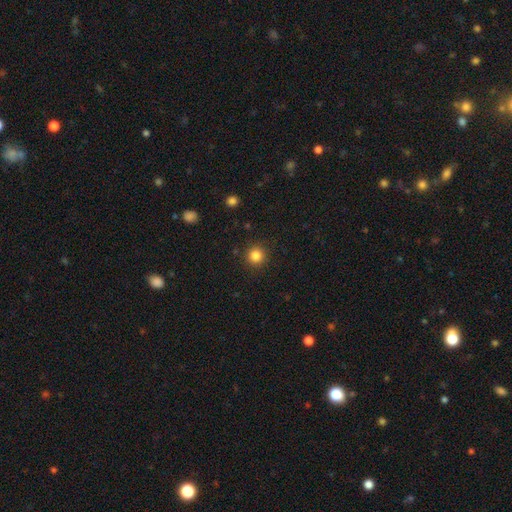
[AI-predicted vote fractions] The model was most divided on "smooth or featured": smooth: 84%, star or artifact: 12%, featured or disk: 4%. More confident: how rounded — round (94%); merging — none (90%).